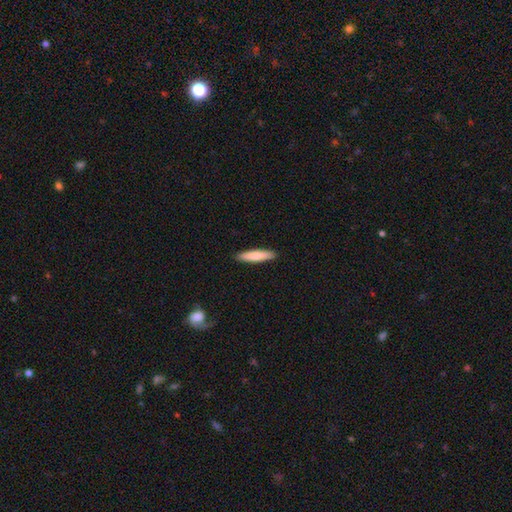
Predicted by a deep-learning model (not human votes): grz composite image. It shows a smooth galaxy with no disk features (80%) that is cigar-shaped (85%). Merging: none (91%).